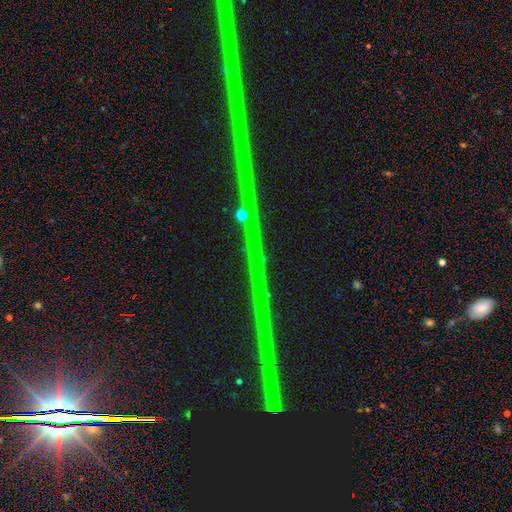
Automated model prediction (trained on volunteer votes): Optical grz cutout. It shows a star or artifact, not a galaxy (87%).